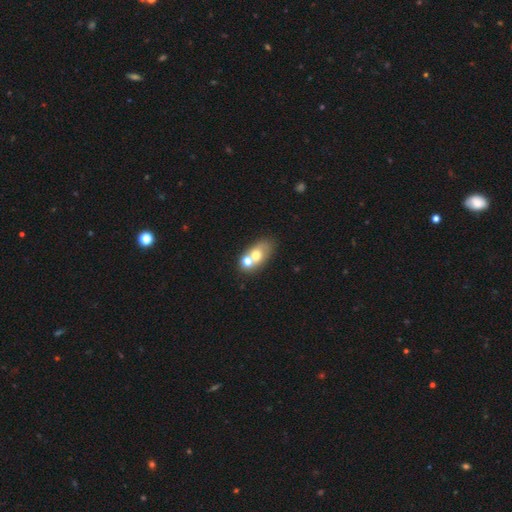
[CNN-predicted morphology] The model was most divided on "merging": merger: 44%, none: 42%, minor disturbance: 10%, major disturbance: 4%. More confident: how rounded — in between (74%); smooth or featured — smooth (61%).